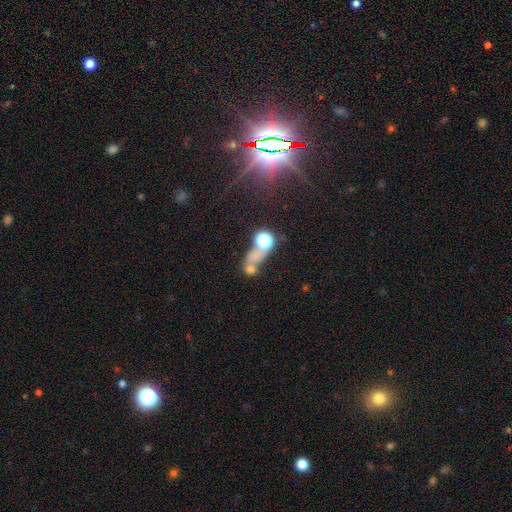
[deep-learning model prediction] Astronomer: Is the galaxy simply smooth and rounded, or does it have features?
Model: star or artifact — 39%, tied with smooth at 39%.